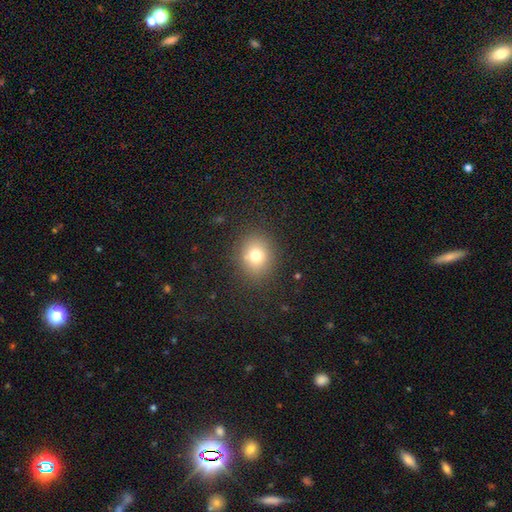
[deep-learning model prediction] Morphology: type=smooth (75%); roundness=round (69%); merging=none (85%).